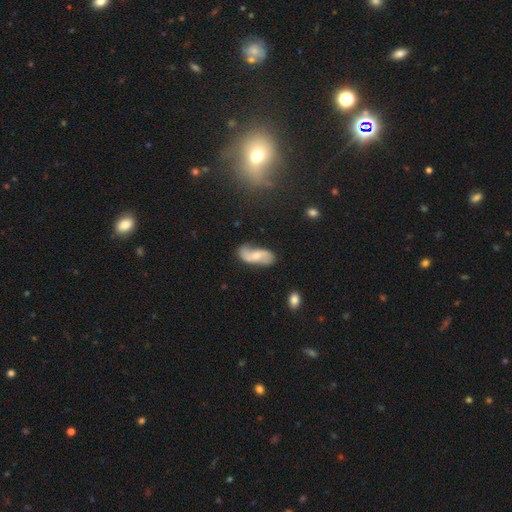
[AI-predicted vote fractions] This is likely a featured or disk galaxy (64%). It is clearly not viewed edge-on (93%). Bar: possibly no (51%). Spiral arm pattern: clearly yes (87%). Spiral arm count: clearly 2 (88%). Spiral winding: likely loose (65%). Central bulge: possibly moderate (47%). Merging: likely none (67%).